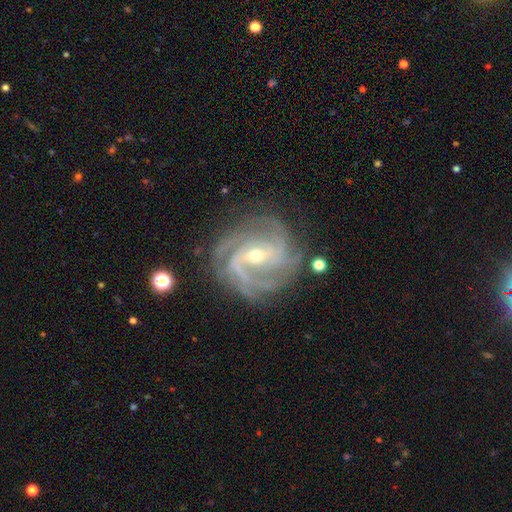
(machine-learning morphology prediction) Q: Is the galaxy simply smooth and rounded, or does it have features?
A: featured or disk — 91%.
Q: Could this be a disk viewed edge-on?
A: no — 98%.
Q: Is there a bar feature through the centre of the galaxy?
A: weak — 43%.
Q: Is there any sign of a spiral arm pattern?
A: yes — 98%.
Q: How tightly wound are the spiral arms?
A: tight — 54%.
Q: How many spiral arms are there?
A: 3 — 37%.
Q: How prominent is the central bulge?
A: small — 55%.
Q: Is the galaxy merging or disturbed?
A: none — 77%.